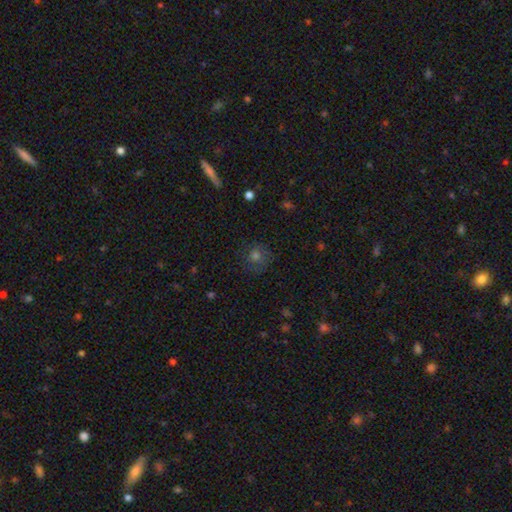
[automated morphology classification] Overall: smooth (55%; star or artifact 23%). How rounded: round (88%). Merging: none (79%).